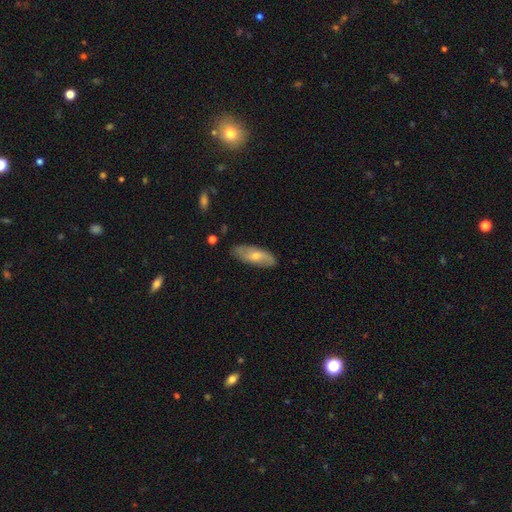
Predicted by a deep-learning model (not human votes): Smooth or featured? Predicted: featured or disk (p=0.48). Merging? Predicted: none (p=0.81).